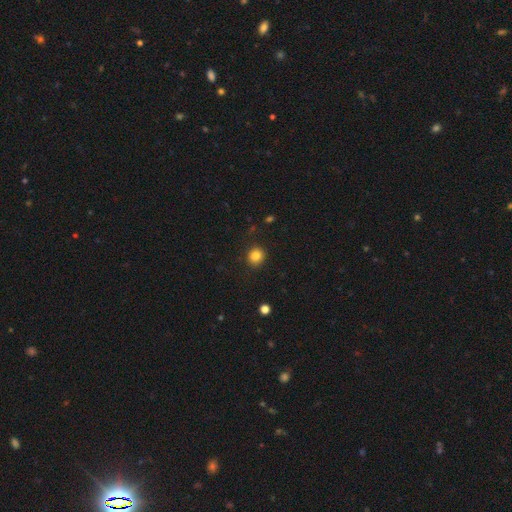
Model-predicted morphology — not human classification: A smooth galaxy with no disk features (84%) that is round (86%).

Vote fractions:
- Smooth or featured? smooth: 84% / star or artifact: 11% / featured or disk: 5%
- How rounded? round: 86% / in between: 13% / cigar-shaped: 1%
- Merging? none: 90% / minor disturbance: 7% / major disturbance: 2% / merger: 1%